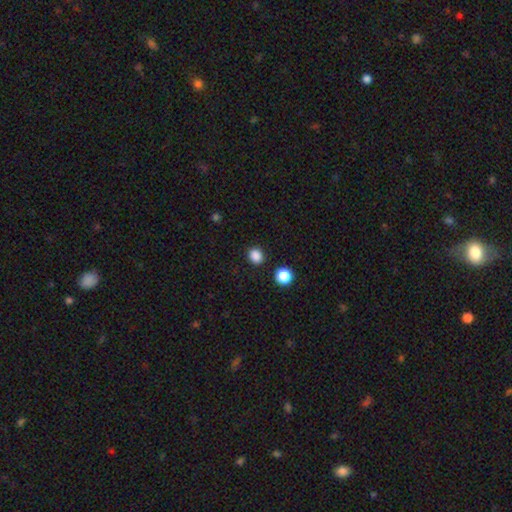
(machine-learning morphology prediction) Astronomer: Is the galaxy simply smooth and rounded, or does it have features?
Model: smooth — 86%.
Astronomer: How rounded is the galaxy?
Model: round — 76%.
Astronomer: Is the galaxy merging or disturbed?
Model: none — 89%.